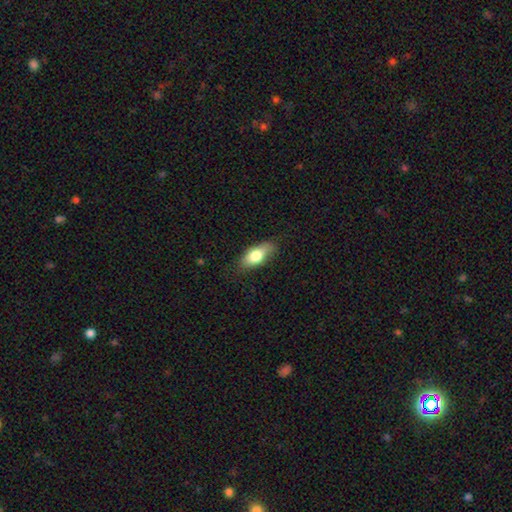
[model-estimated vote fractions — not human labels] Smooth or featured?
  - smooth: 76% *
  - featured or disk: 17%
  - star or artifact: 7%
How rounded?
  - in between: 83% *
  - cigar-shaped: 13%
  - round: 4%
Merging?
  - none: 73% *
  - minor disturbance: 21%
  - major disturbance: 4%
  - merger: 1%